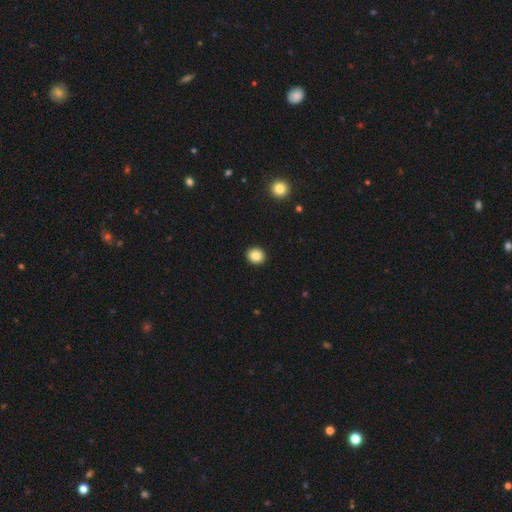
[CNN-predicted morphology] Smooth or featured: smooth — 86% (star or artifact — 9%)
How rounded: round — 83% (in between — 16%)
Merging: none — 93% (minor disturbance — 5%)